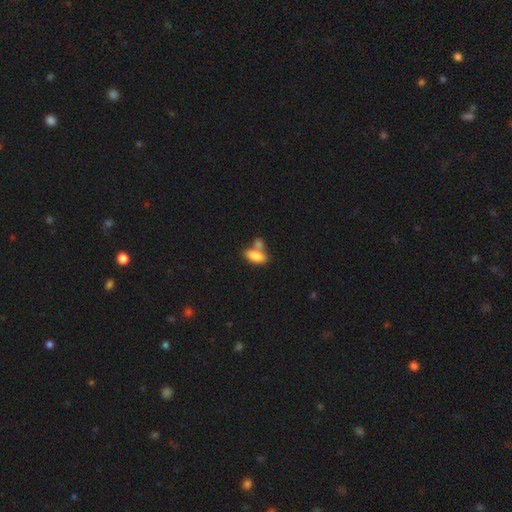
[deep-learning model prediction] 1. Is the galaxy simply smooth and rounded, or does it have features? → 81% smooth, 11% featured or disk, 8% star or artifact.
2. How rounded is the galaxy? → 85% in between, 11% cigar-shaped, 4% round.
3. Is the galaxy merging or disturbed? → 44% merger, 40% none, 11% minor disturbance, 5% major disturbance.